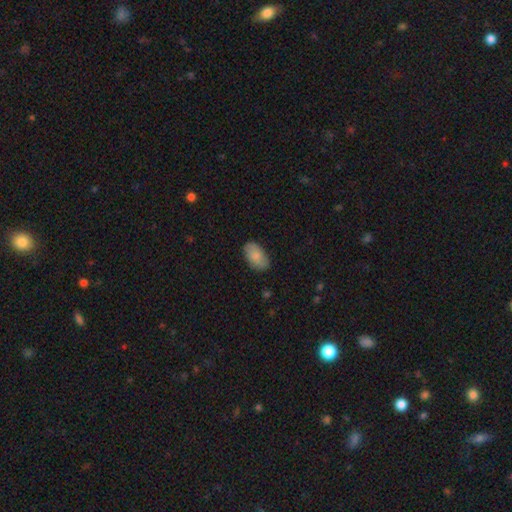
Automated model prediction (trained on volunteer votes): The model was most divided on "merging": none: 81%, minor disturbance: 15%, major disturbance: 3%, merger: 1%. More confident: how rounded — in between (94%); smooth or featured — smooth (83%).